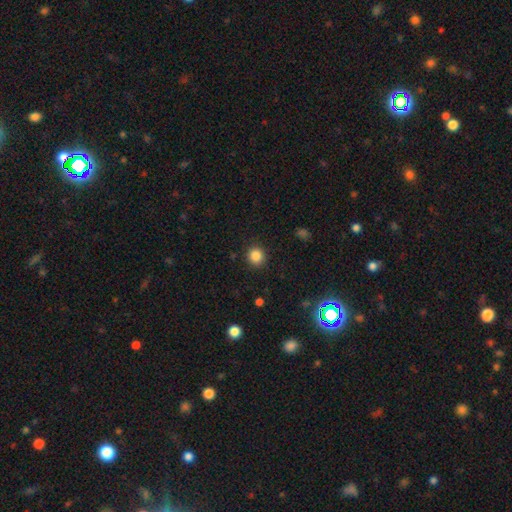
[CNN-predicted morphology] A smooth galaxy with no disk features (85%) that is round (90%).

Vote fractions:
- Smooth or featured? smooth: 85% / star or artifact: 11% / featured or disk: 4%
- How rounded? round: 90% / in between: 9% / cigar-shaped: 1%
- Merging? none: 90% / minor disturbance: 6% / major disturbance: 2% / merger: 1%